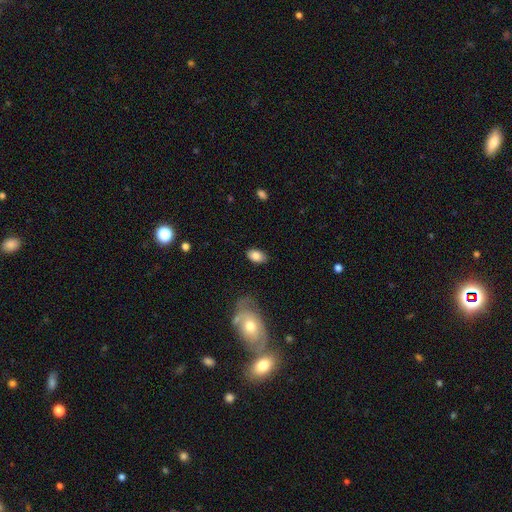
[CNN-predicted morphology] Overall: smooth (83%). How rounded: in between (89%). Merging: none (81%).